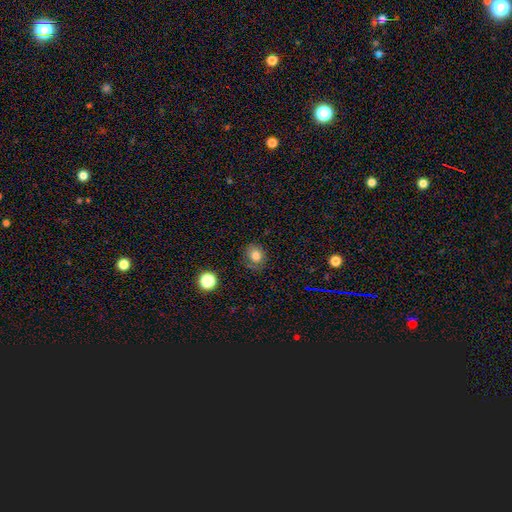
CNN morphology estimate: Smooth or featured: smooth — 75% (star or artifact — 13%)
How rounded: round — 68% (in between — 31%)
Merging: none — 73% (minor disturbance — 19%)